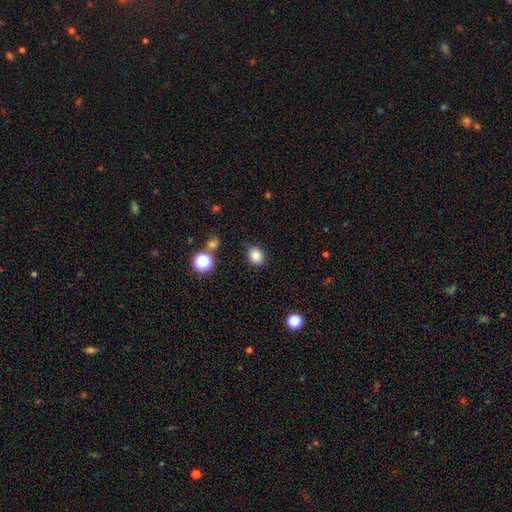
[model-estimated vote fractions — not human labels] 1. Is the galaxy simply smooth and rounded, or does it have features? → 84% smooth, 11% star or artifact, 5% featured or disk.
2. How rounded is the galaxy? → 53% in between, 46% round, 1% cigar-shaped.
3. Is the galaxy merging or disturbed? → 84% none, 11% minor disturbance, 3% major disturbance, 2% merger.